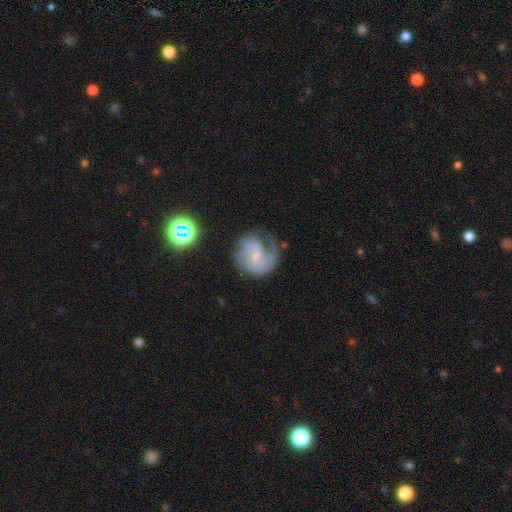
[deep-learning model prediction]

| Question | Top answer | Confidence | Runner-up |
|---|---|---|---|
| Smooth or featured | featured or disk | 76% | smooth (15%) |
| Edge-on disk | no | 98% | yes (2%) |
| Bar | no | 48% | weak (44%) |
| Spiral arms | yes | 92% | no (8%) |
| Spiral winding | medium | 43% | tight (35%) |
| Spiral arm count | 2 | 36% | 1 (30%) |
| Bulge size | small | 69% | moderate (20%) |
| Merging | none | 53% | minor disturbance (22%) |